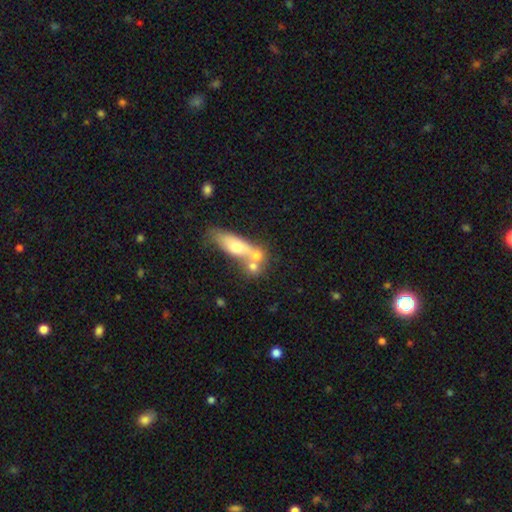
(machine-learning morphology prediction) Smooth or featured? Predicted: smooth (p=0.58). How rounded? Predicted: in between (p=0.48). Merging? Predicted: merger (p=0.59).